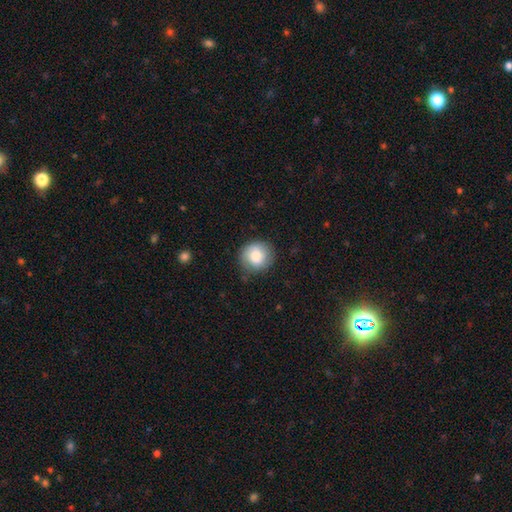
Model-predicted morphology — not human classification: Smooth or featured?
  - smooth: 78% *
  - featured or disk: 15%
  - star or artifact: 8%
How rounded?
  - round: 87% *
  - in between: 12%
  - cigar-shaped: 1%
Merging?
  - none: 78% *
  - minor disturbance: 16%
  - major disturbance: 4%
  - merger: 1%